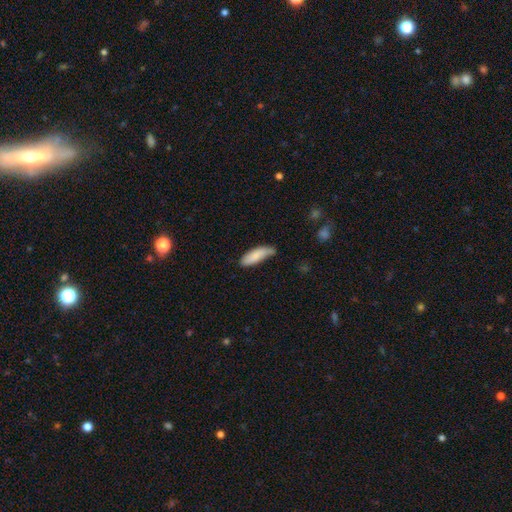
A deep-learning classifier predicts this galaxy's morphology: Overall: smooth (84%). How rounded: in between (51%; cigar-shaped 48%). Merging: none (58%; minor disturbance 32%).